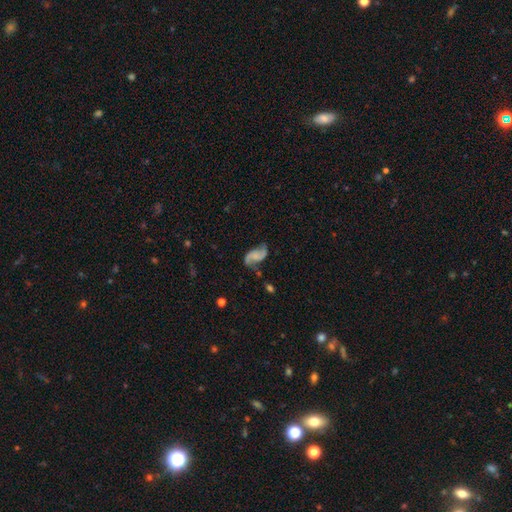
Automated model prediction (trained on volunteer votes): A featured or disk galaxy (78%) with no bar (58%), 2 (92%) loose (68%) spiral arms (95%) and no central bulge (65%). Merging: none (64%).